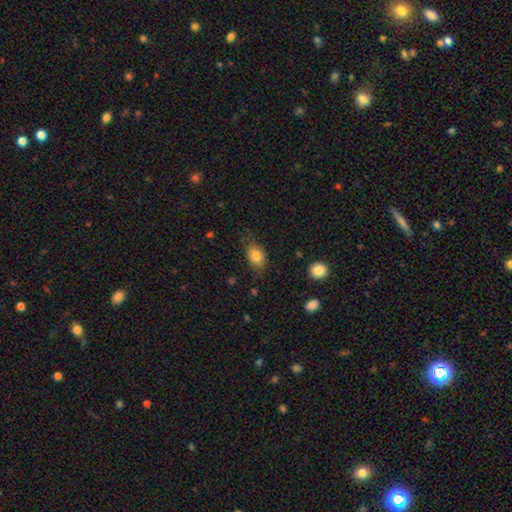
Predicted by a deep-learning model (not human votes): This is clearly a smooth galaxy (82%). How rounded: clearly in between (84%). Merging: likely none (70%).